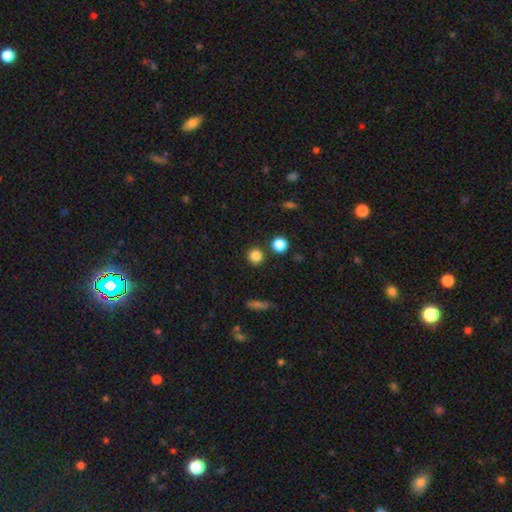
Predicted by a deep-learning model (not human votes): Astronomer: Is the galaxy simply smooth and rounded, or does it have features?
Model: smooth — 84%.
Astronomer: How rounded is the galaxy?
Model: round — 93%.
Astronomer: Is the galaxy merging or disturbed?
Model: none — 87%.